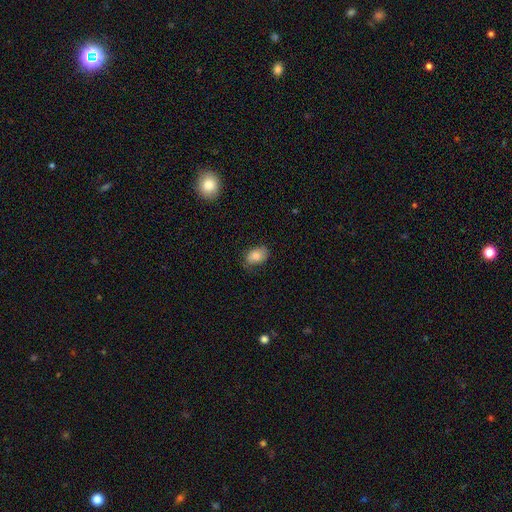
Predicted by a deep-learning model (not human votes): Morphology: type=smooth (83%); roundness=in between (84%); merging=none (70%).